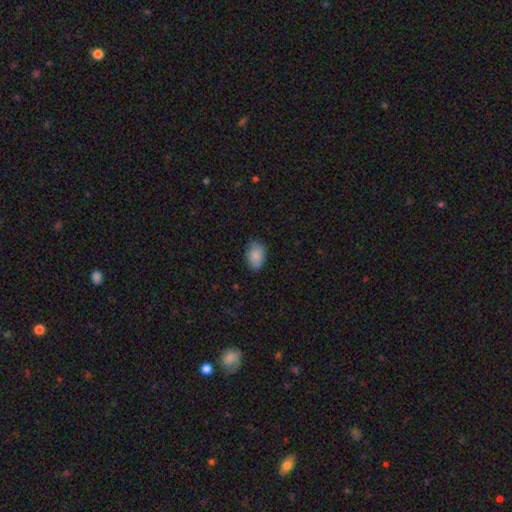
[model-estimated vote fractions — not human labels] A smooth galaxy with no disk features (87%) that is in between round and cigar-shaped (85%). Merging: none (77%).